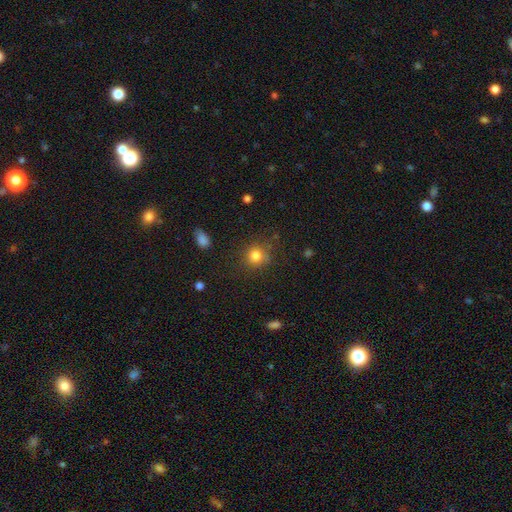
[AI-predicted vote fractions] Smooth or featured? smooth (82%)
How rounded? round (88%)
Merging? none (81%)